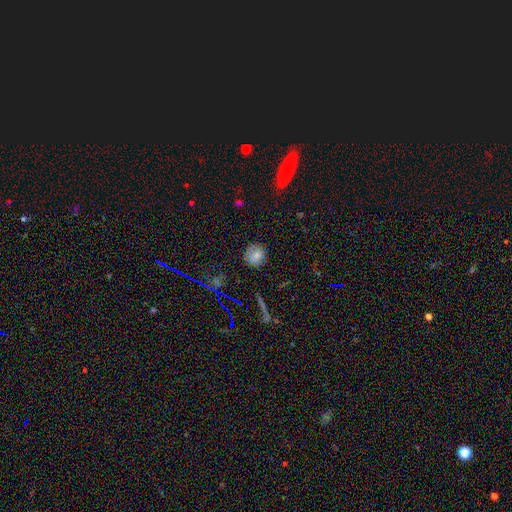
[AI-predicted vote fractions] smooth_or_featured: smooth (p=0.78) [alt: star or artifact p=0.13]
how_rounded: round (p=0.81) [alt: in between p=0.18]
merging: none (p=0.80) [alt: minor disturbance p=0.15]